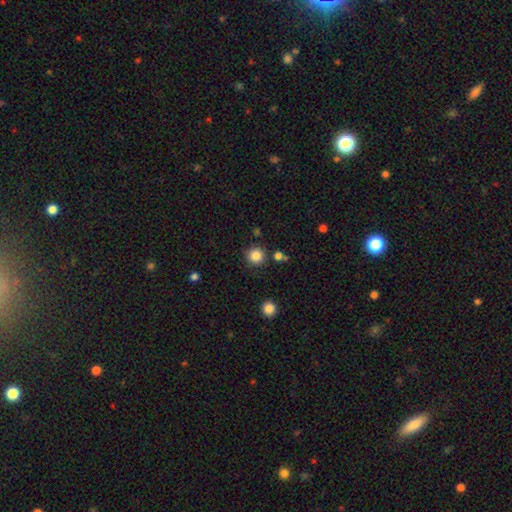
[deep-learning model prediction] Smooth or featured: smooth — 85% (star or artifact — 11%)
How rounded: round — 95% (in between — 4%)
Merging: none — 86% (minor disturbance — 7%)